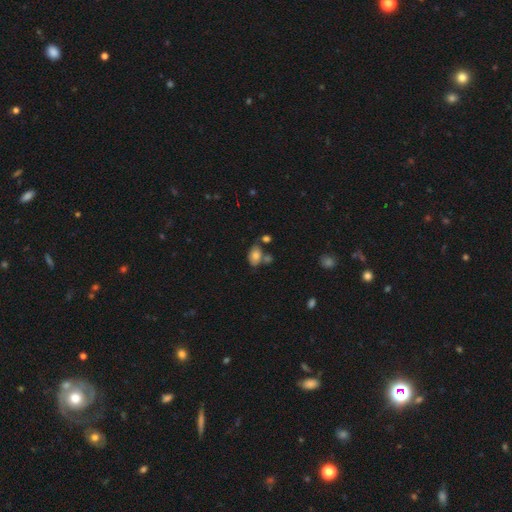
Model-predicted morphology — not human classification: smooth-or-featured: smooth: 77% | featured or disk: 14% | star or artifact: 10%
  how-rounded: in between: 86% | round: 13% | cigar-shaped: 2%
  merging: none: 54% | merger: 21% | minor disturbance: 19% | major disturbance: 6%